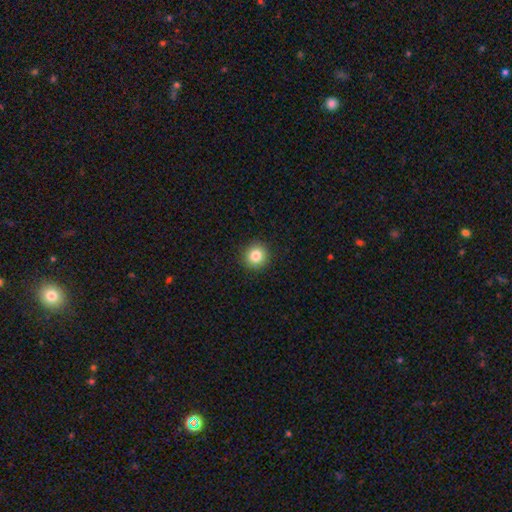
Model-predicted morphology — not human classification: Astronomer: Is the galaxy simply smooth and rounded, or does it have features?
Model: smooth — 84%.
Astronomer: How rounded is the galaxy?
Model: round — 93%.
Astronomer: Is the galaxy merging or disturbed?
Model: none — 92%.